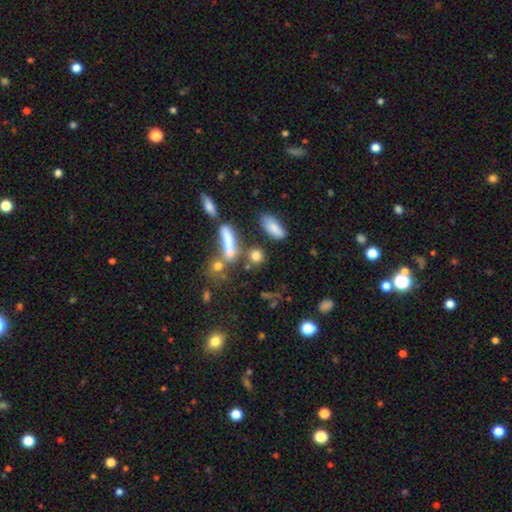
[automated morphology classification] smooth_or_featured: smooth (p=0.73) [alt: featured or disk p=0.14]
how_rounded: round (p=0.37) [alt: in between p=0.33]
merging: none (p=0.52) [alt: merger p=0.25]